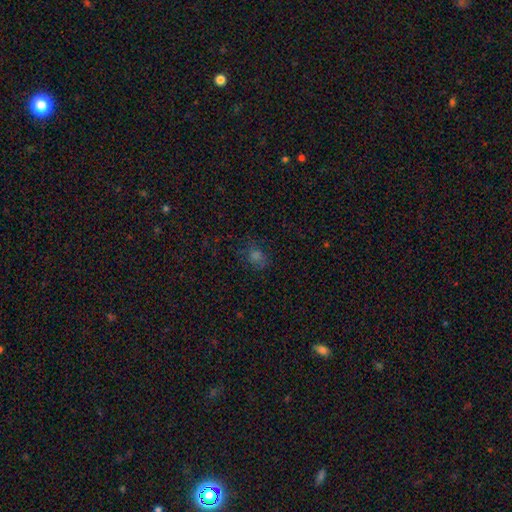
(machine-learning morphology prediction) Smooth or featured? Predicted: smooth (p=0.57). How rounded? Predicted: round (p=0.58). Merging? Predicted: none (p=0.75).